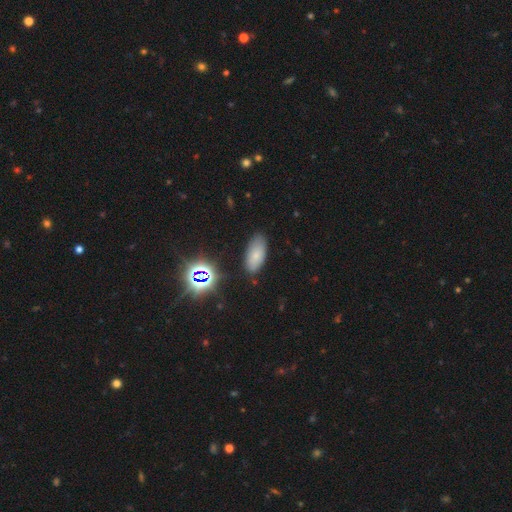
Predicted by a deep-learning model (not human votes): smooth 74%, star or artifact 15%, featured or disk 11%. Down the decision tree: how rounded — in between (90%); merging — none (80%).